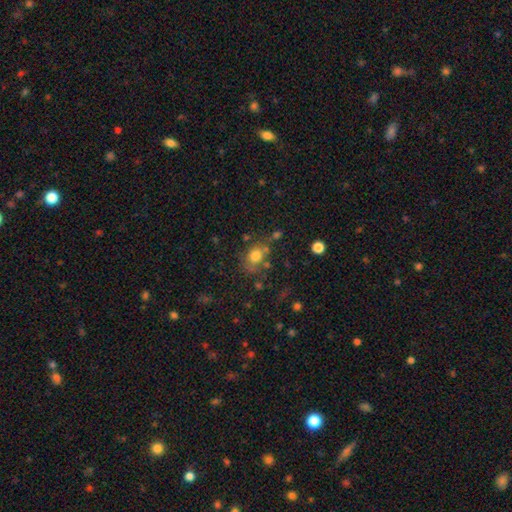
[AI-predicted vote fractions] Smooth or featured? smooth (74%)
How rounded? round (61%)
Merging? none (59%)